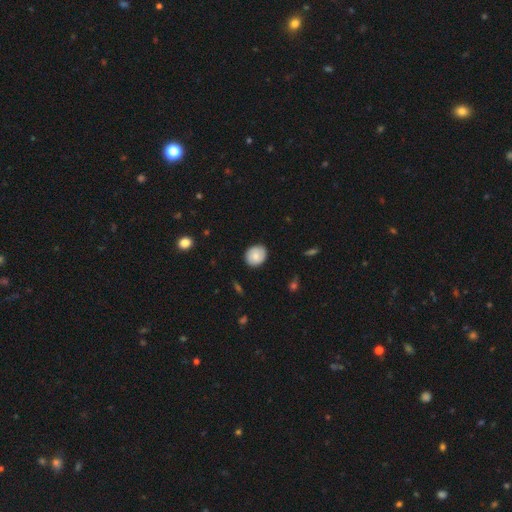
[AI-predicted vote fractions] Q: Smooth or featured?
A: smooth (78%); runner-up: featured or disk (14%)
Q: How rounded?
A: round (76%); runner-up: in between (23%)
Q: Merging?
A: none (86%); runner-up: minor disturbance (11%)